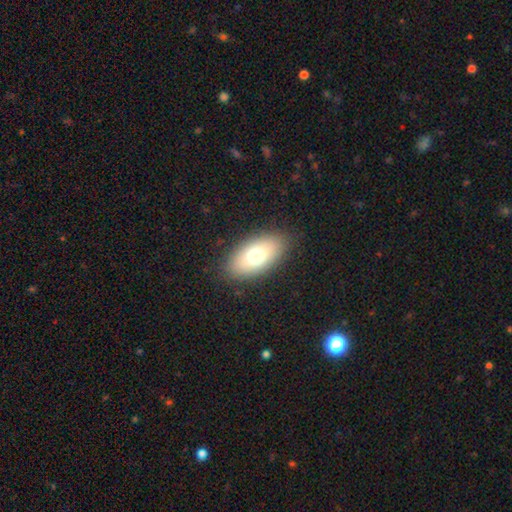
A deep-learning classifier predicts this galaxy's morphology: Overall: smooth (70%). How rounded: in between (90%). Merging: none (86%).